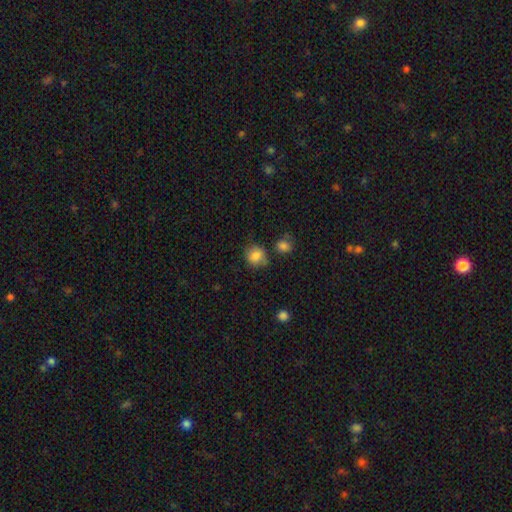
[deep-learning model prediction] smooth_or_featured: smooth (p=0.84) [alt: star or artifact p=0.10]
how_rounded: round (p=0.76) [alt: in between p=0.23]
merging: none (p=0.65) [alt: minor disturbance p=0.20]